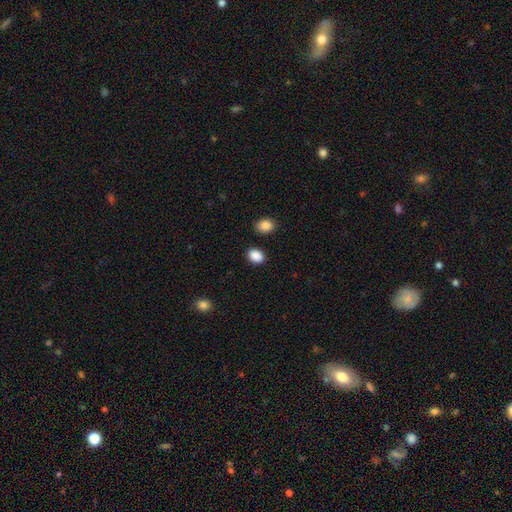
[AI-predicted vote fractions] Q: Smooth or featured?
A: smooth (89%); runner-up: star or artifact (9%)
Q: How rounded?
A: in between (64%); runner-up: round (35%)
Q: Merging?
A: none (85%); runner-up: minor disturbance (9%)